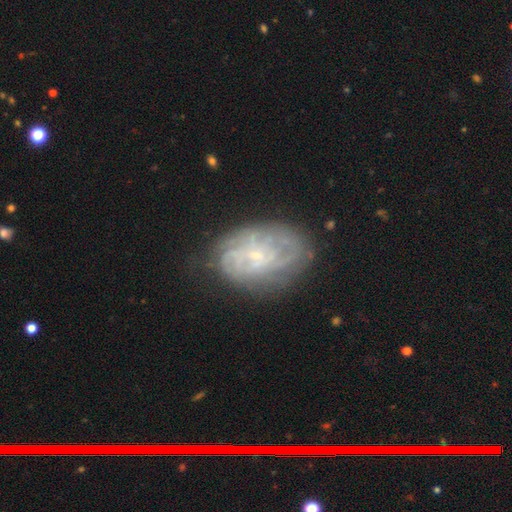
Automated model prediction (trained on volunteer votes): Smooth or featured?
  - featured or disk: 73% *
  - smooth: 19%
  - star or artifact: 9%
Edge-on disk?
  - no: 96% *
  - yes: 4%
Bar?
  - no: 70% *
  - weak: 25%
  - strong: 4%
Spiral arms?
  - yes: 79% *
  - no: 21%
Spiral winding?
  - tight: 61% *
  - medium: 27%
  - loose: 11%
Spiral arm count?
  - can't tell: 56% *
  - 4: 12%
  - 2: 10%
  - 3: 9%
  - more than 4: 8%
  - 1: 5%
Bulge size?
  - small: 78% *
  - moderate: 13%
  - none: 6%
  - large: 1%
  - dominant: 1%
Merging?
  - none: 64% *
  - minor disturbance: 22%
  - major disturbance: 12%
  - merger: 2%